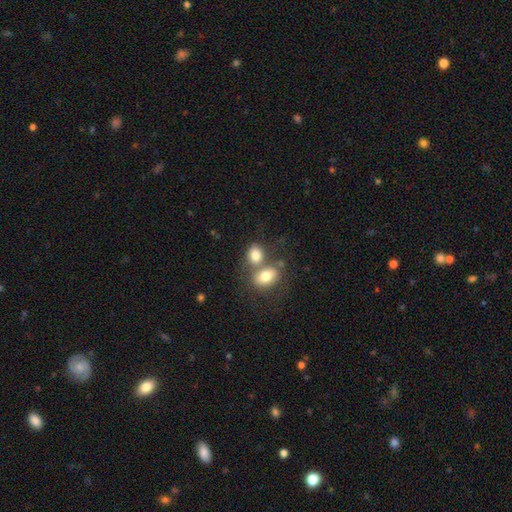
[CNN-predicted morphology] smooth-or-featured: smooth: 79% | featured or disk: 12% | star or artifact: 9%
  how-rounded: in between: 64% | round: 35% | cigar-shaped: 1%
  merging: merger: 51% | none: 34% | minor disturbance: 10% | major disturbance: 5%